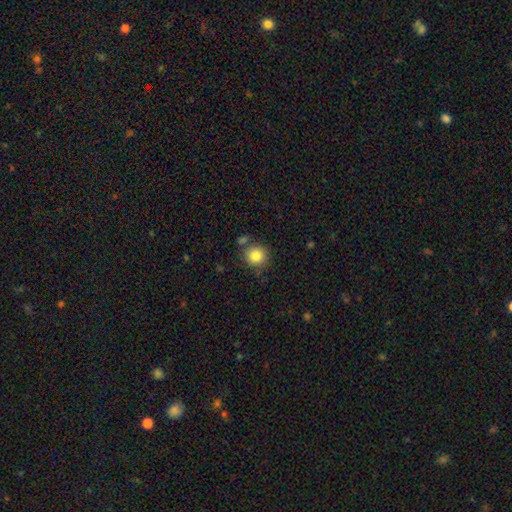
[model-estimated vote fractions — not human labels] Q: Smooth or featured?
A: smooth (83%); runner-up: star or artifact (10%)
Q: How rounded?
A: round (90%); runner-up: in between (9%)
Q: Merging?
A: none (74%); runner-up: minor disturbance (12%)